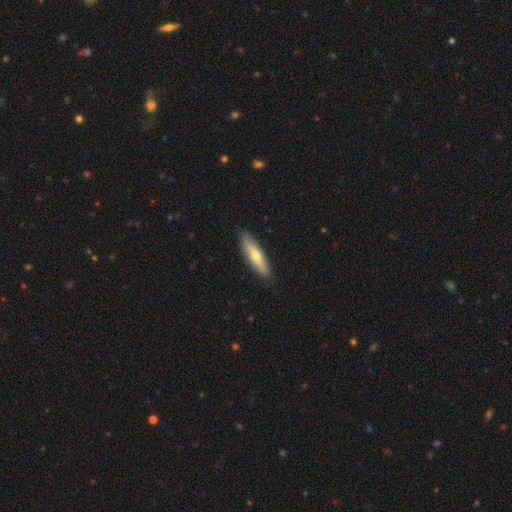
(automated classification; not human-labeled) A smooth galaxy with no disk features (56%) that is cigar-shaped (76%).

Vote fractions:
- Smooth or featured? smooth: 56% / featured or disk: 38% / star or artifact: 6%
- How rounded? cigar-shaped: 76% / in between: 22% / round: 2%
- Merging? none: 89% / minor disturbance: 8% / major disturbance: 2% / merger: 1%